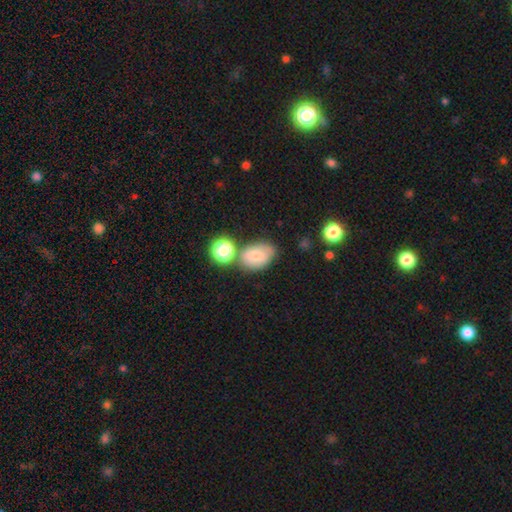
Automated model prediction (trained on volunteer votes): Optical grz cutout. It shows a smooth galaxy with no disk features (73%) that is in between round and cigar-shaped (80%). Merging: none (55%).